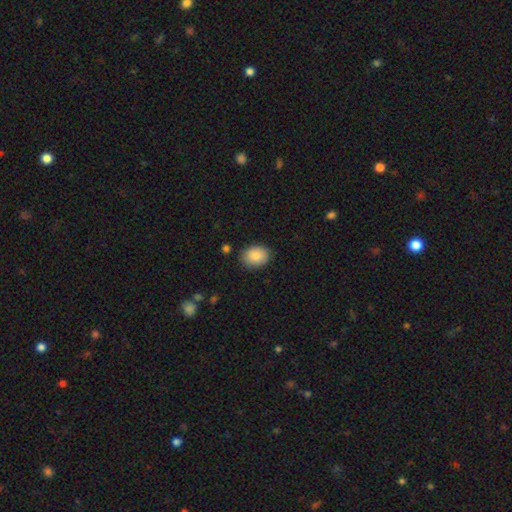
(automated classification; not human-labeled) smooth-or-featured: smooth: 86% | star or artifact: 7% | featured or disk: 7%
  how-rounded: in between: 61% | round: 38% | cigar-shaped: 1%
  merging: none: 84% | minor disturbance: 11% | major disturbance: 2% | merger: 2%